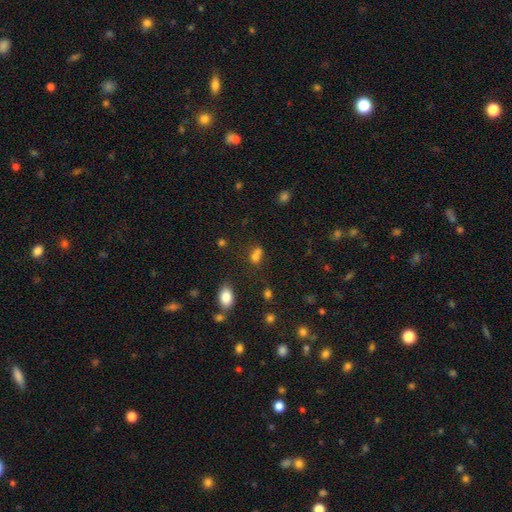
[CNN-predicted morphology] smooth_or_featured: smooth (p=0.71) [alt: star or artifact p=0.17]
how_rounded: round (p=0.50) [alt: in between p=0.47]
merging: merger (p=0.52) [alt: none p=0.33]